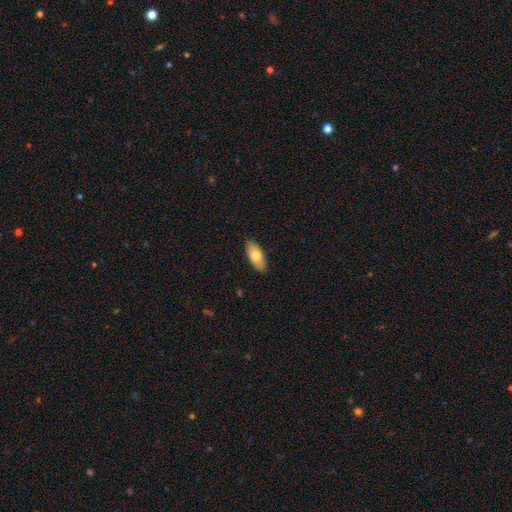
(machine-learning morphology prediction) This is likely a smooth galaxy (73%). How rounded: clearly in between (84%). Merging: clearly none (87%).